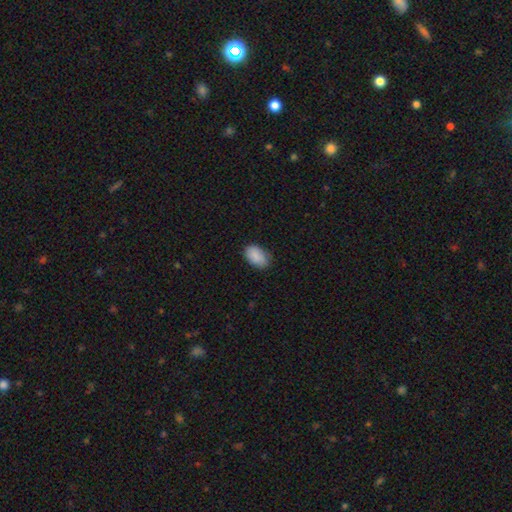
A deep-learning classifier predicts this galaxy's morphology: Overall: smooth (89%). How rounded: in between (89%). Merging: none (75%).